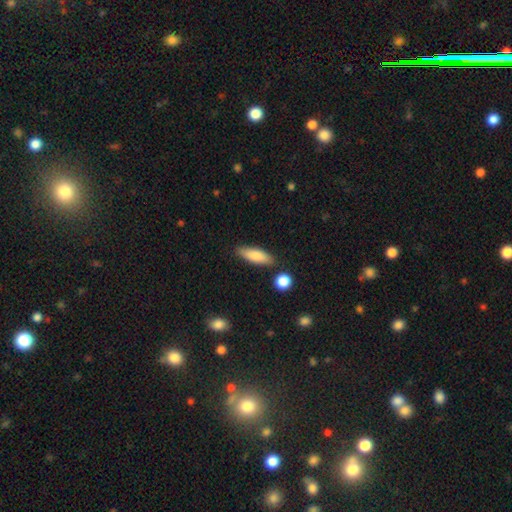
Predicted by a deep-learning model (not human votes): This is clearly a smooth galaxy (80%). How rounded: possibly in between (52%). Merging: clearly none (82%).